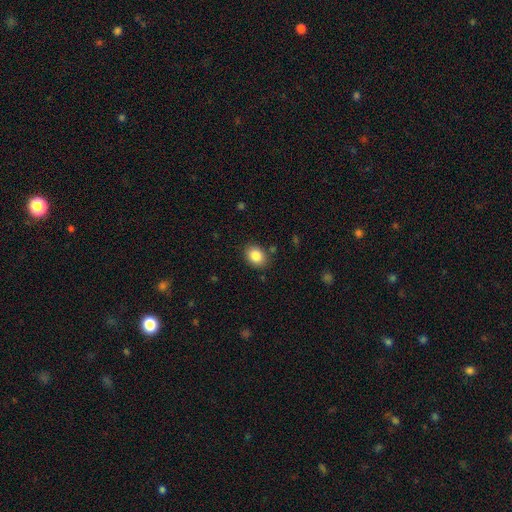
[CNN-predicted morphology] Smooth or featured?
  - smooth: 86% *
  - star or artifact: 9%
  - featured or disk: 6%
How rounded?
  - in between: 55% *
  - round: 44%
  - cigar-shaped: 1%
Merging?
  - none: 86% *
  - minor disturbance: 10%
  - major disturbance: 3%
  - merger: 2%